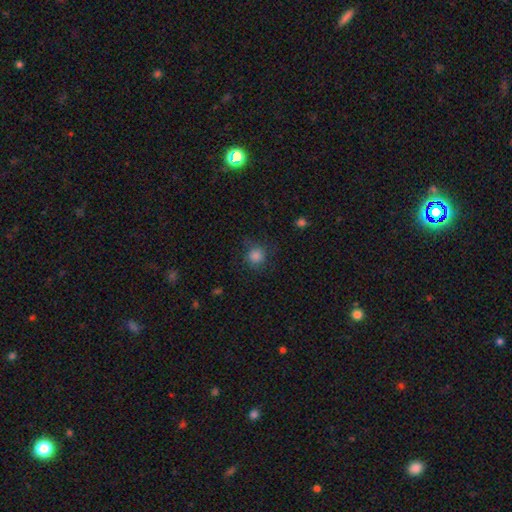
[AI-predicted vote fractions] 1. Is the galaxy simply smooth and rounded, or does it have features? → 84% smooth, 11% star or artifact, 5% featured or disk.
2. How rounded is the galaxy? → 91% round, 8% in between, 1% cigar-shaped.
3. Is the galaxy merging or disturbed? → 79% none, 14% minor disturbance, 6% major disturbance, 1% merger.